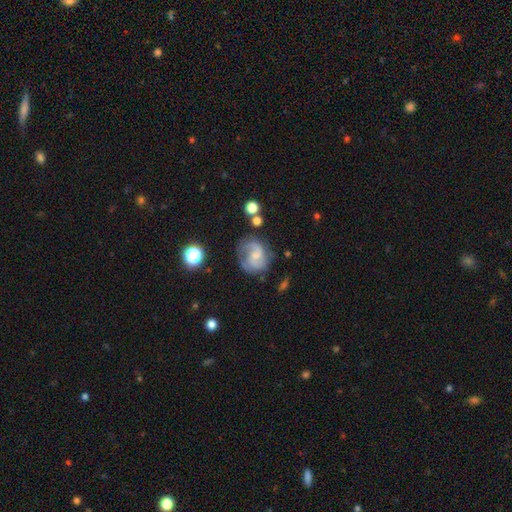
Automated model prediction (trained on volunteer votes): This appears to be a featured or disk galaxy (75%) with no bar (51%), 2 (72%) medium (49%) spiral arms (93%) and a small central bulge (59%). Merging: none (61%).